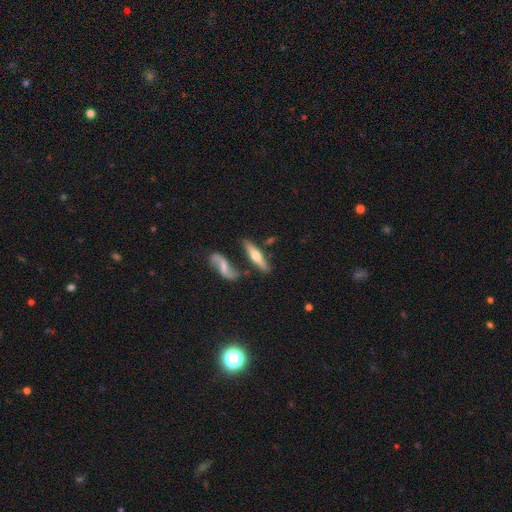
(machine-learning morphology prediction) A featured or disk galaxy (61%) viewed edge-on (88%) with a rounded central bulge (92%). Merging: none (71%).